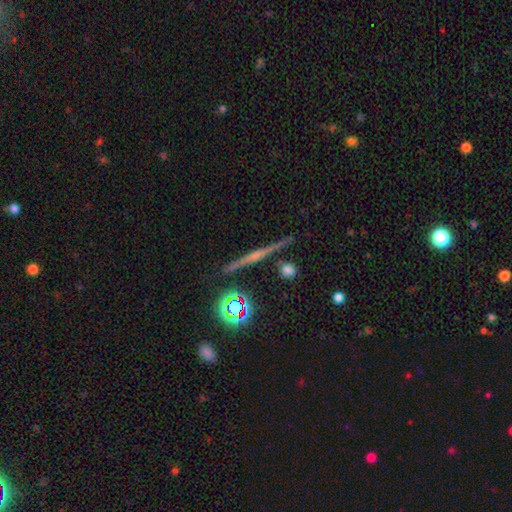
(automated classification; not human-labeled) Smooth or featured? featured or disk (61%)
Edge-on disk? yes (97%)
Edge-on bulge? rounded (47%)
Merging? none (87%)